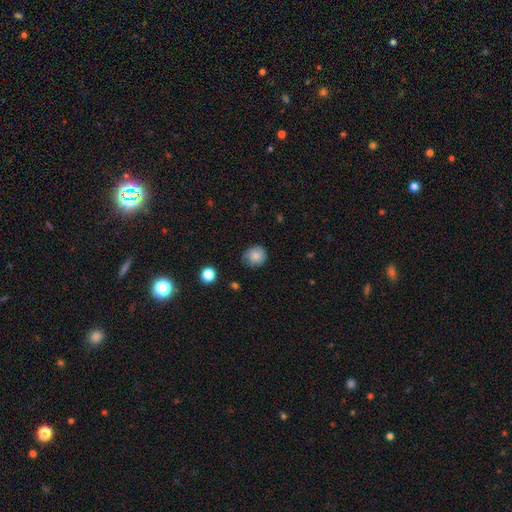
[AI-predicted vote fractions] Overall: smooth (78%). How rounded: round (78%). Merging: none (69%).